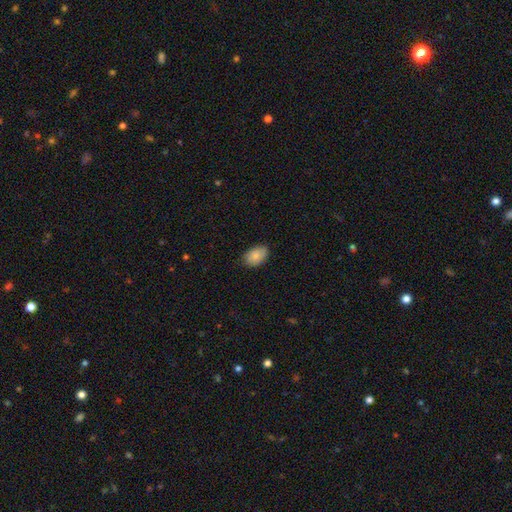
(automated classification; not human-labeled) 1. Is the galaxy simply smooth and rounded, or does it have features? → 83% smooth, 10% featured or disk, 7% star or artifact.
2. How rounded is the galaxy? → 88% in between, 11% round, 1% cigar-shaped.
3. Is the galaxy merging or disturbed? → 79% none, 17% minor disturbance, 3% major disturbance, 1% merger.